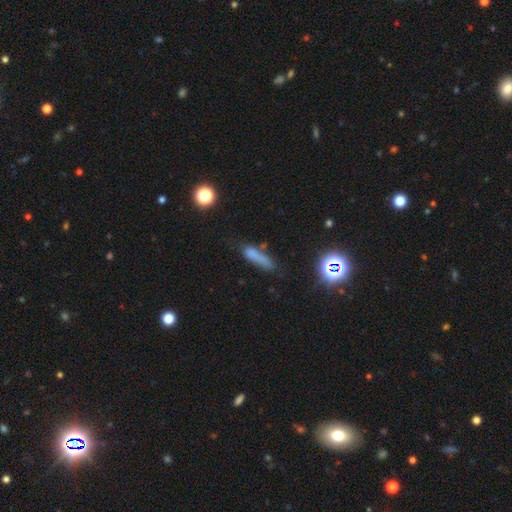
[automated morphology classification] Smooth or featured: smooth — 69% (featured or disk — 16%)
How rounded: cigar-shaped — 72% (in between — 24%)
Merging: none — 53% (minor disturbance — 26%)